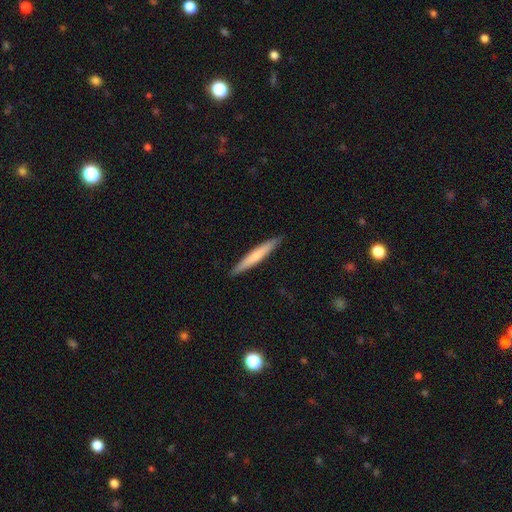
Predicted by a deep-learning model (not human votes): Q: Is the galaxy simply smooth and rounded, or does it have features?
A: smooth — 64%.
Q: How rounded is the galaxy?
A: cigar-shaped — 95%.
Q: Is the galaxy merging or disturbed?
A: none — 91%.